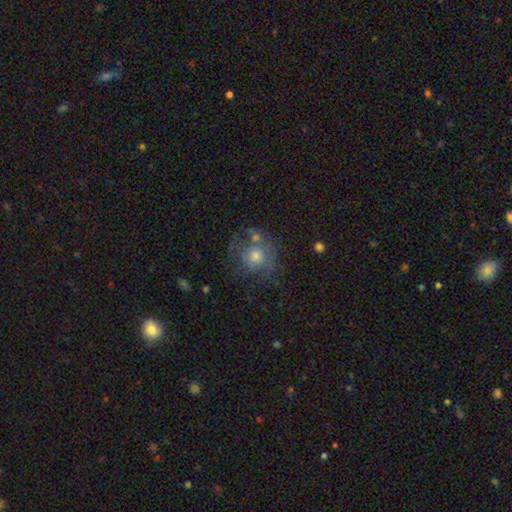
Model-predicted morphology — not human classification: Smooth or featured? Predicted: smooth (p=0.53). How rounded? Predicted: round (p=0.84). Merging? Predicted: none (p=0.55).